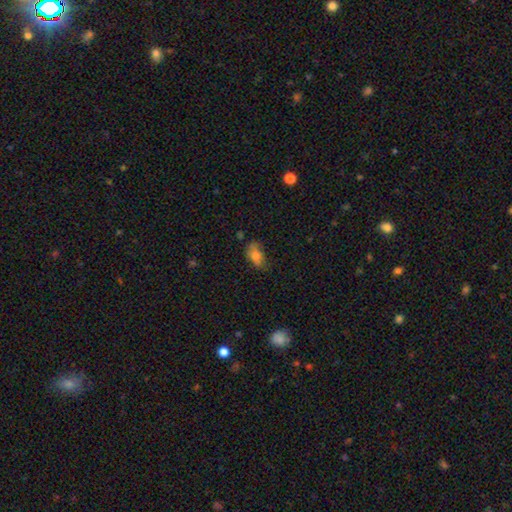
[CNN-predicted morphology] Smooth or featured: smooth — 70% (featured or disk — 19%)
How rounded: in between — 86% (round — 9%)
Merging: none — 54% (minor disturbance — 30%)